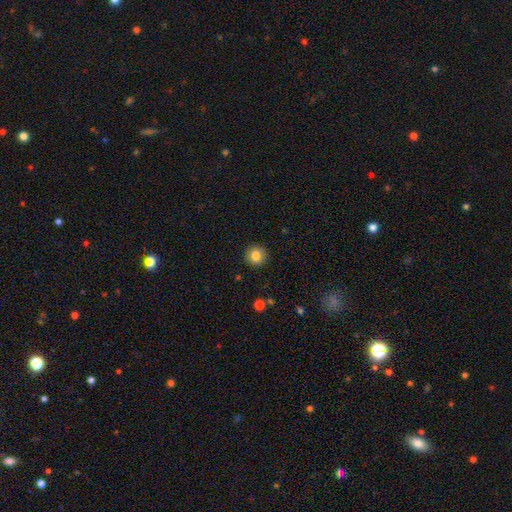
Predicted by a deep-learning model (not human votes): Smooth or featured? smooth (84%)
How rounded? round (94%)
Merging? none (92%)